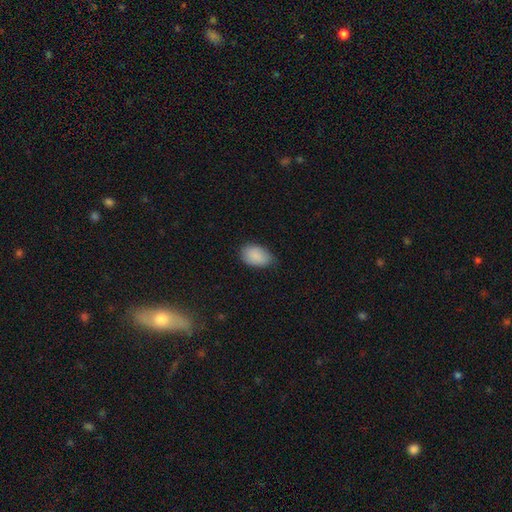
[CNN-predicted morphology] smooth_or_featured: smooth (p=0.89) [alt: star or artifact p=0.07]
how_rounded: in between (p=0.90) [alt: round p=0.08]
merging: none (p=0.69) [alt: minor disturbance p=0.26]